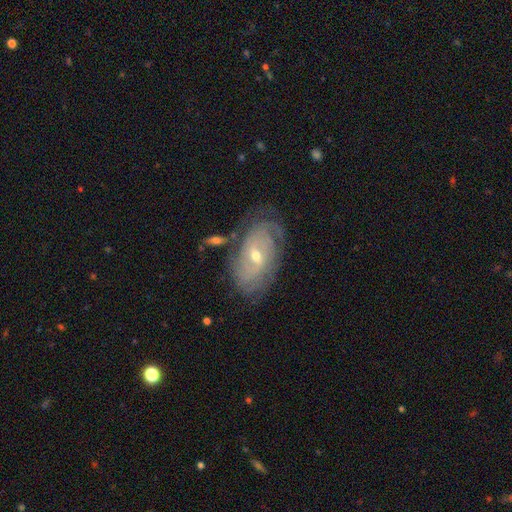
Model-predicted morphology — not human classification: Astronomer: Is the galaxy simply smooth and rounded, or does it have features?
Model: featured or disk — 81%.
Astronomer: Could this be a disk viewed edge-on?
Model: no — 94%.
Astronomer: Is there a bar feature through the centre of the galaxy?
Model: no — 49% (runner-up: weak, 40%).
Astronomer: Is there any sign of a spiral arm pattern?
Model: yes — 92%.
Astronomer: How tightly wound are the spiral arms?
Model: tight — 72%.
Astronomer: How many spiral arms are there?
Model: can't tell — 44% (runner-up: 2, 21%).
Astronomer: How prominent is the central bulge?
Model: small — 49% (runner-up: moderate, 48%).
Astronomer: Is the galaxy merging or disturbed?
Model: none — 71%.